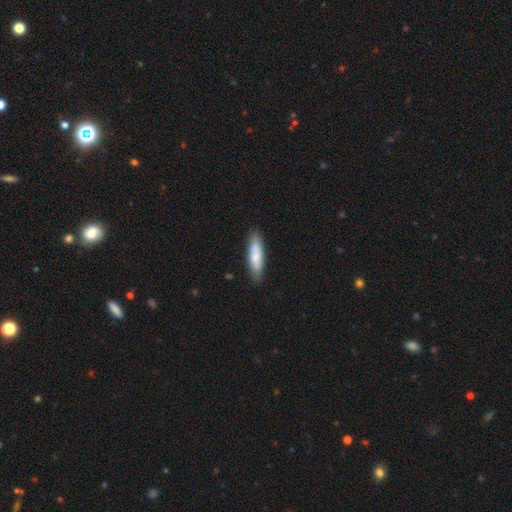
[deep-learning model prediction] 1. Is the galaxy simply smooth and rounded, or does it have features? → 78% smooth, 17% featured or disk, 5% star or artifact.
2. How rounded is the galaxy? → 60% cigar-shaped, 38% in between, 2% round.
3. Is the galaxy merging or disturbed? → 84% none, 13% minor disturbance, 2% major disturbance, 1% merger.